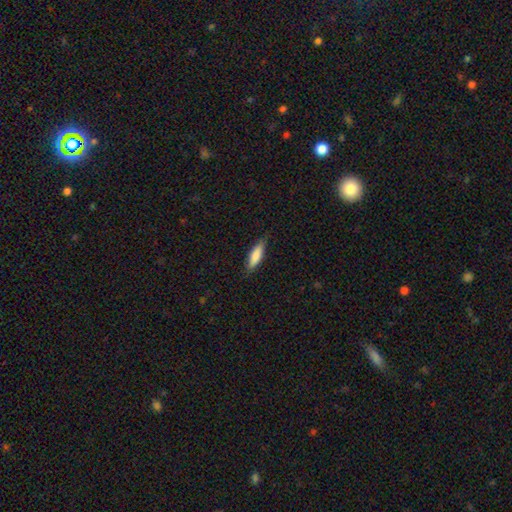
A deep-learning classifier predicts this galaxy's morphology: Smooth or featured? smooth (79%)
How rounded? cigar-shaped (56%)
Merging? none (79%)